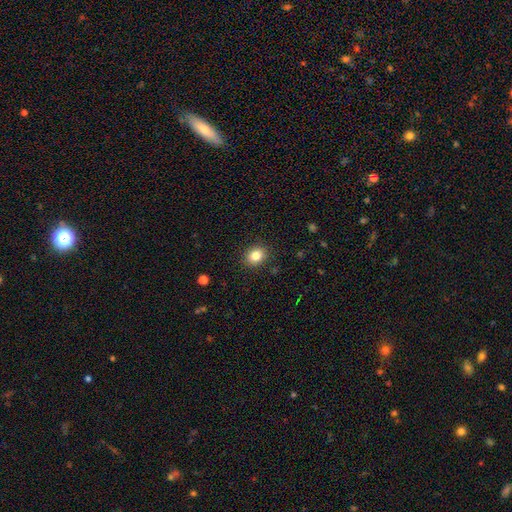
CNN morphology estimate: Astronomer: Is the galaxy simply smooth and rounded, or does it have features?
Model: smooth — 83%.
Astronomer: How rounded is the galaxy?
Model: round — 54% (runner-up: in between, 45%).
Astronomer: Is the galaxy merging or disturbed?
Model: none — 89%.